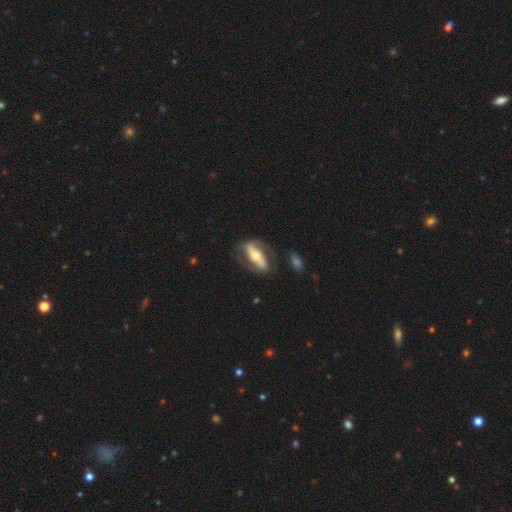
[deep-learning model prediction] smooth_or_featured: featured or disk (p=0.73) [alt: smooth p=0.22]
disk_edge_on: no (p=0.80) [alt: yes p=0.20]
bar: strong (p=0.62) [alt: no p=0.21]
has_spiral_arms: yes (p=0.74) [alt: no p=0.26]
bulge_size: moderate (p=0.65) [alt: small p=0.24]
merging: none (p=0.70) [alt: minor disturbance p=0.17]